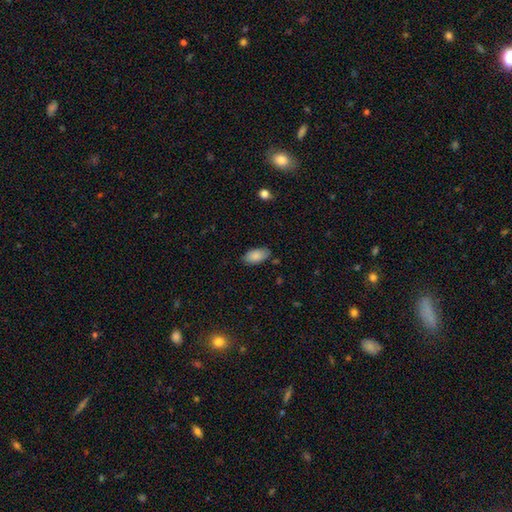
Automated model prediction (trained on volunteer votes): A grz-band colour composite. It shows a smooth galaxy with no disk features (87%) that is in between round and cigar-shaped (94%). Merging: none (80%).